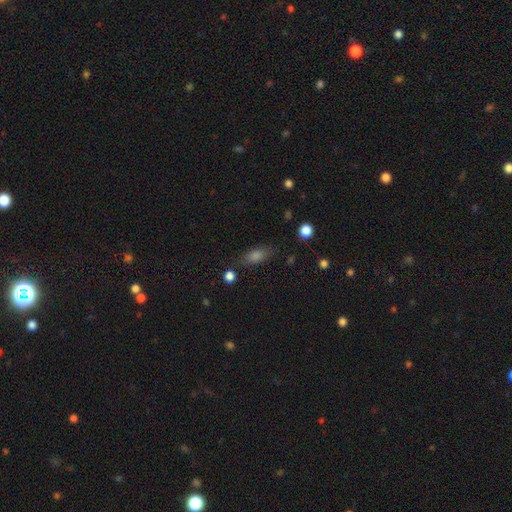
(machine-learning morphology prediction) This is likely a smooth galaxy (68%). How rounded: likely in between (68%). Merging: likely none (79%).